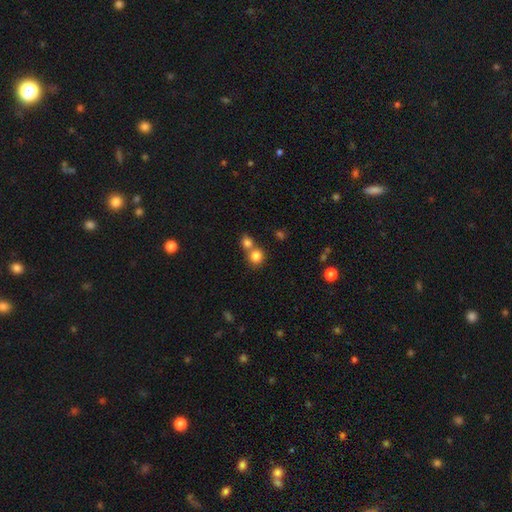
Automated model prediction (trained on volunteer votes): The model was most divided on "merging": none: 47%, merger: 44%, minor disturbance: 7%, major disturbance: 3%. More confident: how rounded — round (84%); smooth or featured — smooth (82%).